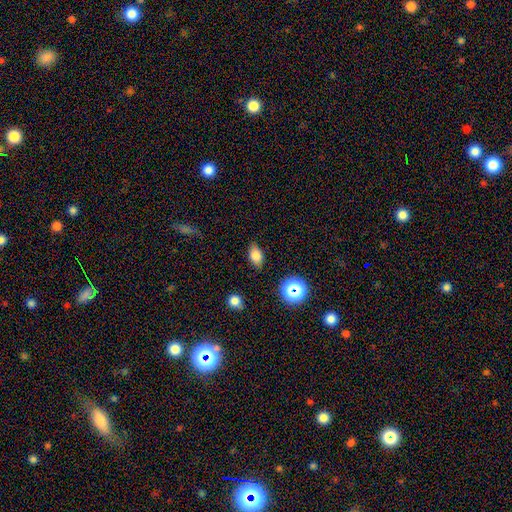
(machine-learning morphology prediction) Smooth or featured: smooth — 80% (star or artifact — 12%)
How rounded: in between — 83% (round — 14%)
Merging: none — 83% (minor disturbance — 12%)